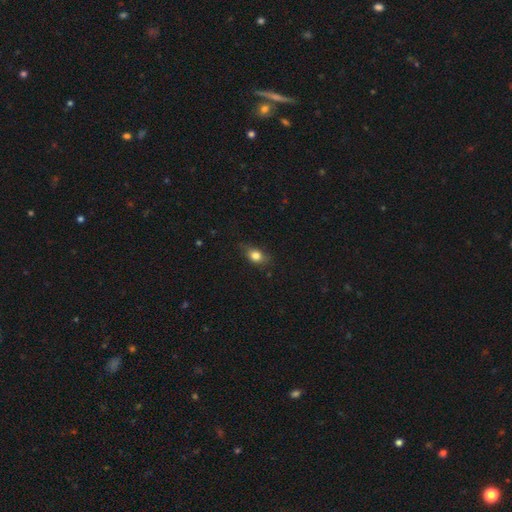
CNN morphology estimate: The model was most divided on "how rounded": in between: 67%, round: 30%, cigar-shaped: 3%. More confident: smooth or featured — smooth (81%); merging — none (68%).